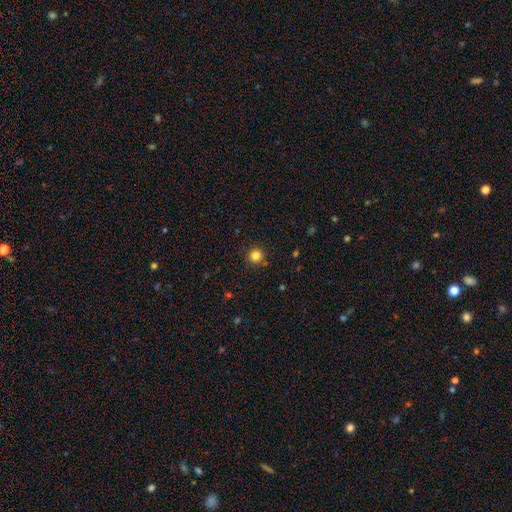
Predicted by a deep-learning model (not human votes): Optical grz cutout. It shows a smooth galaxy with no disk features (82%) that is round (94%). Merging: none (89%).